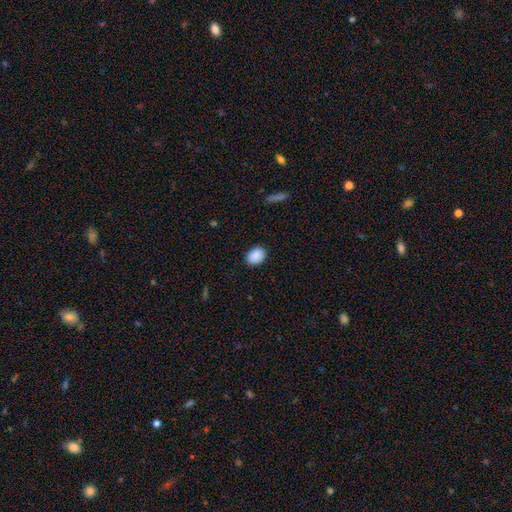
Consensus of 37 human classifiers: Volunteers were most divided on "how rounded": in between: 69%, round: 29%, cigar-shaped: 3%. More confident: smooth or featured — smooth (95%); merging — none (92%).